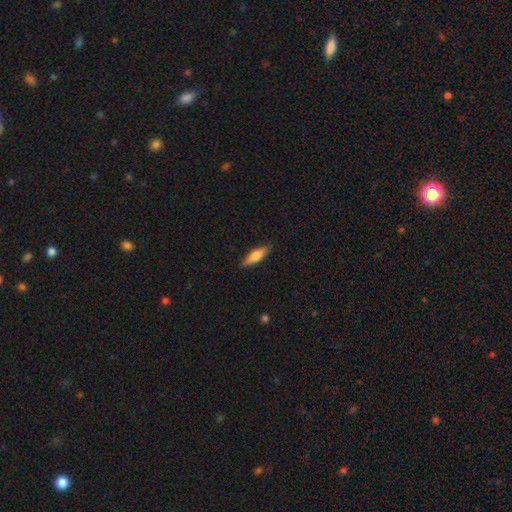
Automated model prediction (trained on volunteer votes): Smooth or featured?
  - smooth: 59% *
  - featured or disk: 35%
  - star or artifact: 6%
How rounded?
  - cigar-shaped: 61% *
  - in between: 37%
  - round: 2%
Merging?
  - none: 88% *
  - minor disturbance: 9%
  - major disturbance: 2%
  - merger: 1%